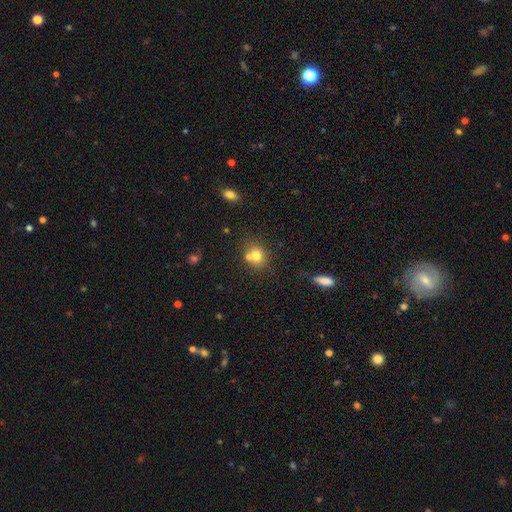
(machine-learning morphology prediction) Overall: smooth (74%). How rounded: round (68%; in between 31%). Merging: none (53%; merger 33%).